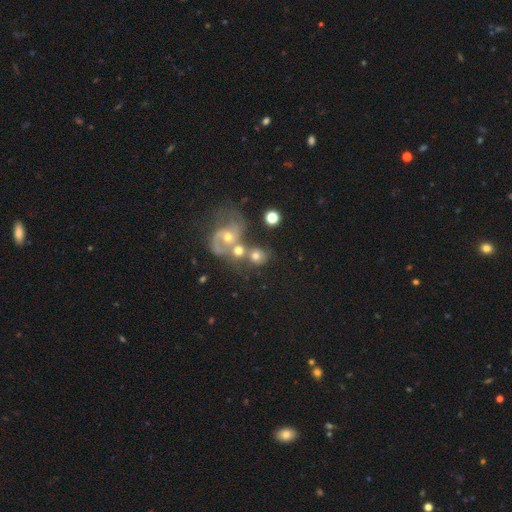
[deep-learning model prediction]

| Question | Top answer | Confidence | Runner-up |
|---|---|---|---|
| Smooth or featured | smooth | 55% | featured or disk (33%) |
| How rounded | round | 70% | in between (28%) |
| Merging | merger | 45% | none (35%) |